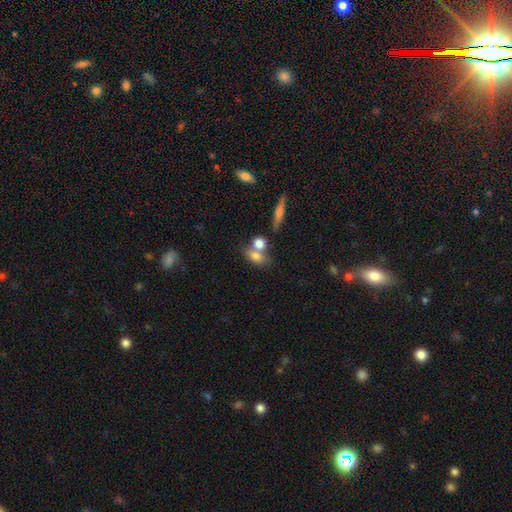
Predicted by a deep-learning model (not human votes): The model was most divided on "merging": merger: 45%, none: 39%, minor disturbance: 11%, major disturbance: 5%. More confident: smooth or featured — smooth (74%); how rounded — in between (72%).